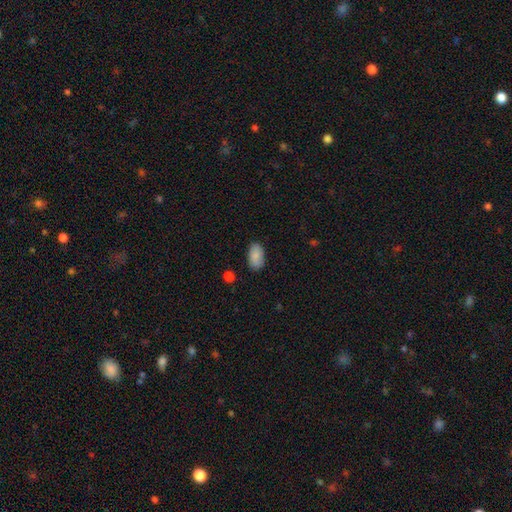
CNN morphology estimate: This is clearly a smooth galaxy (85%). How rounded: clearly in between (94%). Merging: clearly none (81%).